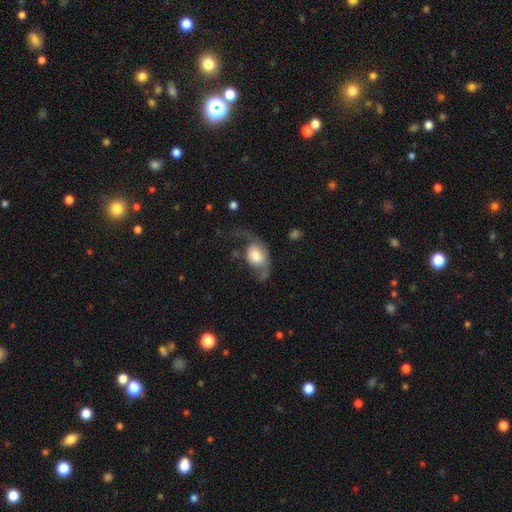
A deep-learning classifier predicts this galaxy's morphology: This appears to be a smooth galaxy with no disk features (53%) that is in between round and cigar-shaped (69%). Merging: major disturbance (52%).